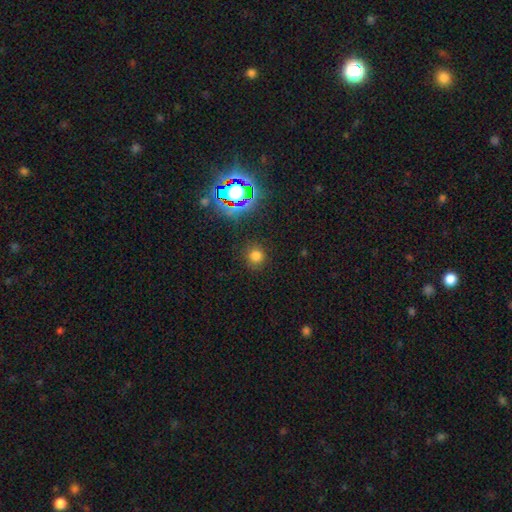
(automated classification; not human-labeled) Morphology: type=smooth (71%); roundness=round (90%); merging=none (86%).